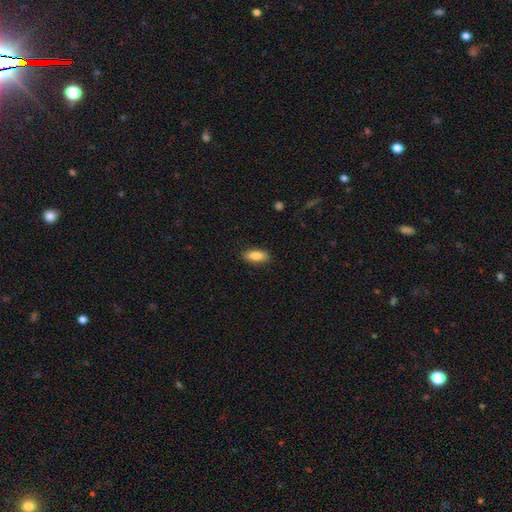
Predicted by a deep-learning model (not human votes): Q: Smooth or featured?
A: smooth (85%); runner-up: featured or disk (8%)
Q: How rounded?
A: in between (84%); runner-up: cigar-shaped (13%)
Q: Merging?
A: none (88%); runner-up: minor disturbance (9%)